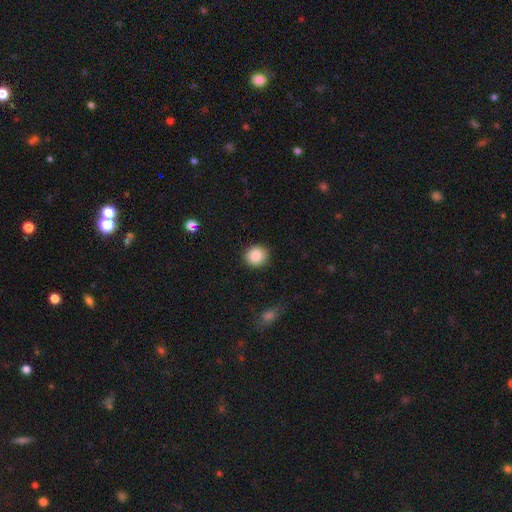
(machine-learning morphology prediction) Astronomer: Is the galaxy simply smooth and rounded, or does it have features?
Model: smooth — 88%.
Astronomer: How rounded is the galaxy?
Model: round — 90%.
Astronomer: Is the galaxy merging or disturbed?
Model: none — 90%.